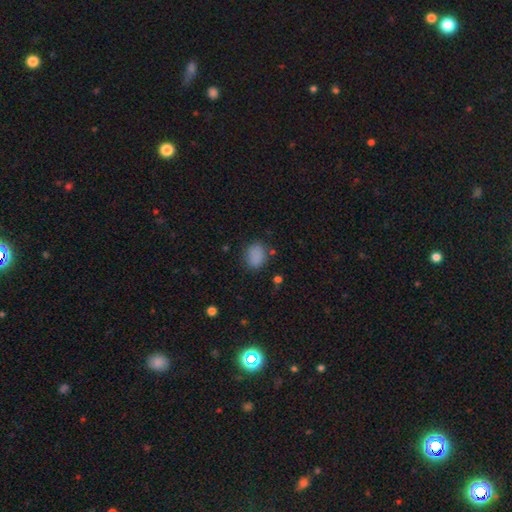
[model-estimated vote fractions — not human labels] Overall: smooth (84%). How rounded: in between (61%; round 38%). Merging: none (78%).